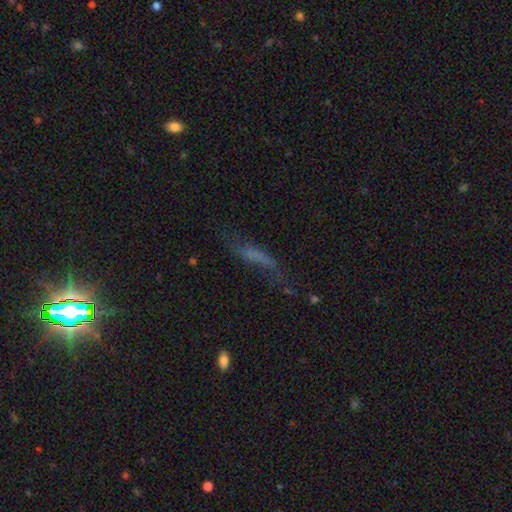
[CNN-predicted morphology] Smooth or featured? Predicted: smooth (p=0.46). Merging? Predicted: none (p=0.49).